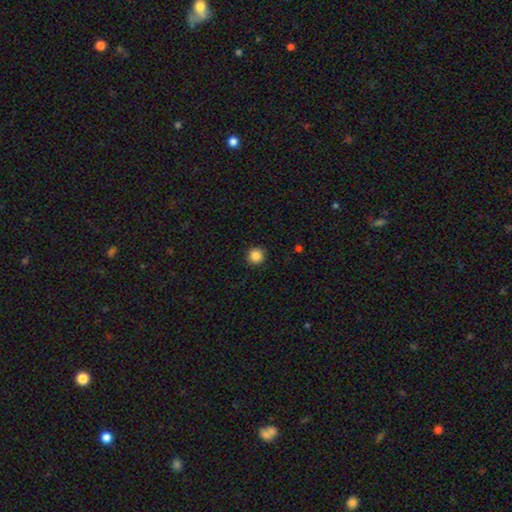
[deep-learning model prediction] This is clearly a smooth galaxy (87%). How rounded: clearly round (95%). Merging: clearly none (92%).